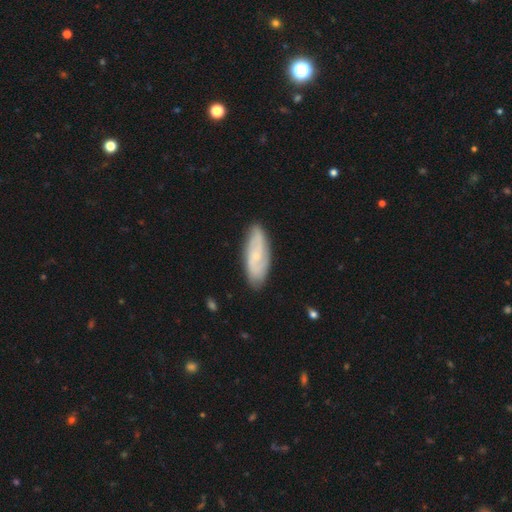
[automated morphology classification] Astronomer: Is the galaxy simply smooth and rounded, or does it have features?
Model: featured or disk — 55% (runner-up: smooth, 38%).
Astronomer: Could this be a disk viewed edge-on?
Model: no — 85%.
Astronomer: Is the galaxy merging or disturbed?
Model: none — 84%.